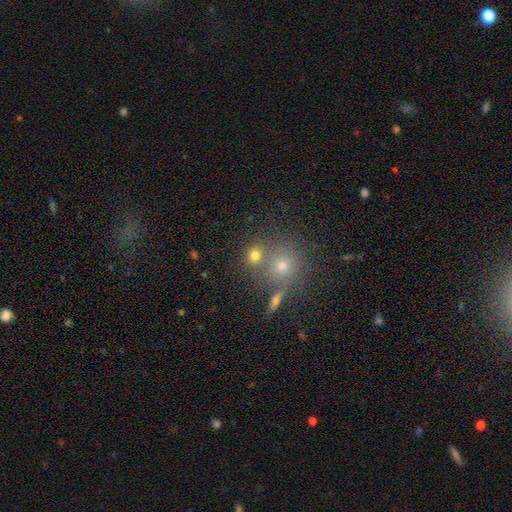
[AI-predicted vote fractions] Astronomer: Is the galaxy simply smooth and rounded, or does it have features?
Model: smooth — 64%.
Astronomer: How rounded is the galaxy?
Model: round — 86%.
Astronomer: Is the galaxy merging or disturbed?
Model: none — 58%.